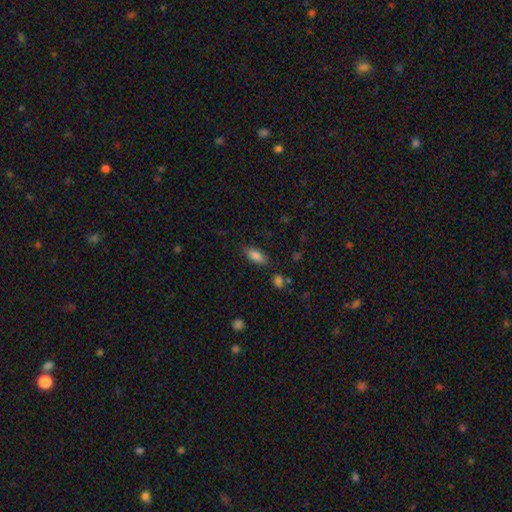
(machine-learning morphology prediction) Smooth or featured: smooth — 83% (featured or disk — 9%)
How rounded: in between — 80% (cigar-shaped — 18%)
Merging: none — 81% (minor disturbance — 13%)